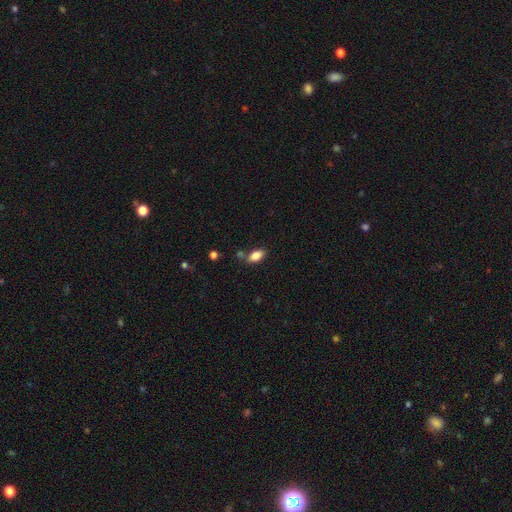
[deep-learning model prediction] Morphology: type=smooth (84%); roundness=in between (91%); merging=none (71%).